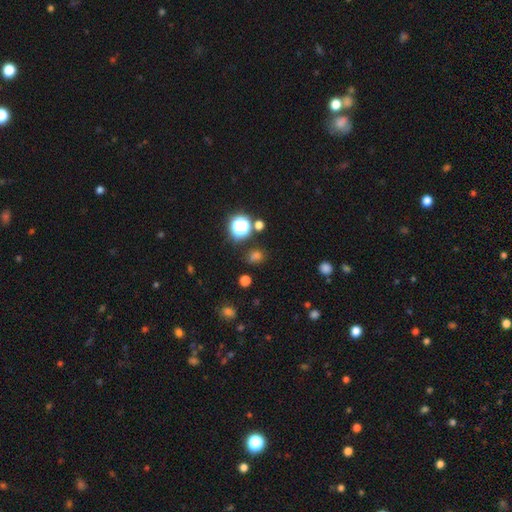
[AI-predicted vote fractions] Morphology: type=smooth (59%); roundness=round (66%); merging=none (82%).